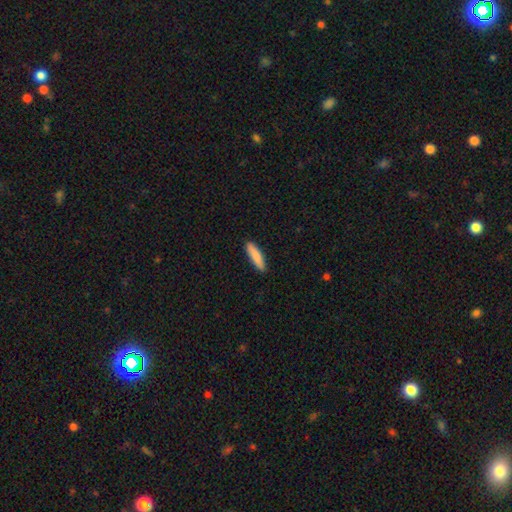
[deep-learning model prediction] The model was most divided on "how rounded": cigar-shaped: 75%, in between: 23%, round: 1%. More confident: merging — none (90%); smooth or featured — smooth (84%).